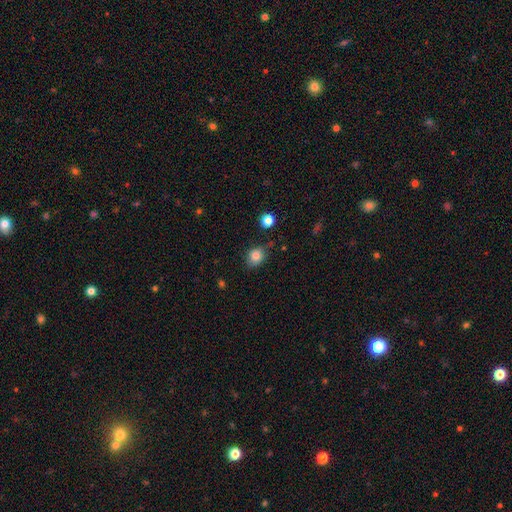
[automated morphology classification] smooth_or_featured: smooth (p=0.83) [alt: star or artifact p=0.10]
how_rounded: round (p=0.60) [alt: in between p=0.39]
merging: none (p=0.68) [alt: minor disturbance p=0.23]